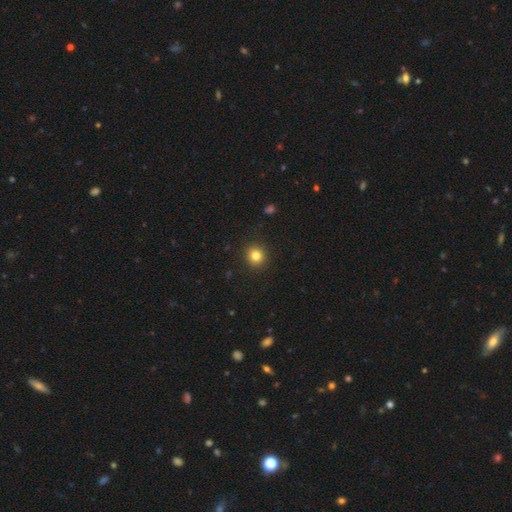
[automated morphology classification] Q: Smooth or featured?
A: smooth (83%); runner-up: star or artifact (12%)
Q: How rounded?
A: round (89%); runner-up: in between (10%)
Q: Merging?
A: none (92%); runner-up: minor disturbance (5%)